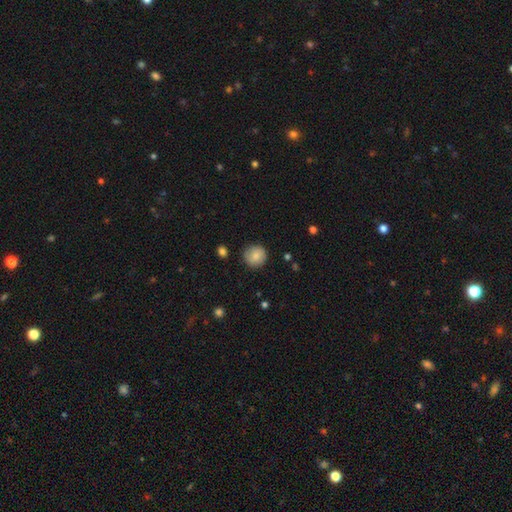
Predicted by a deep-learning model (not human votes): smooth 83%, featured or disk 9%, star or artifact 8%. Down the decision tree: how rounded — round (91%); merging — none (85%).